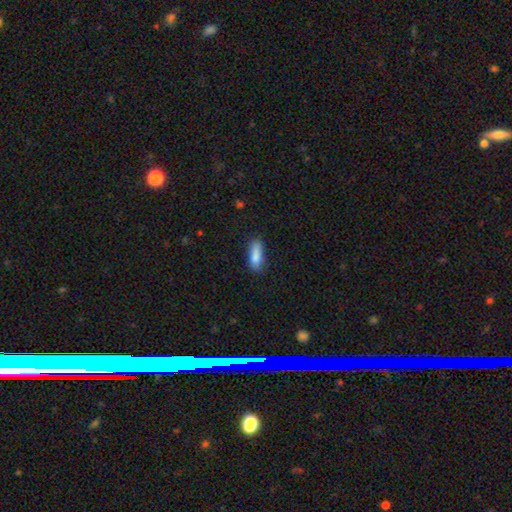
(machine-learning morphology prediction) type=smooth (85%); roundness=in between (56%); merging=none (72%).